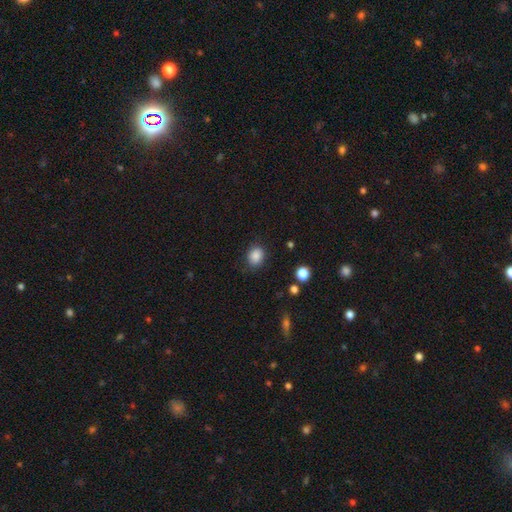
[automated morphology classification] Smooth or featured?
  - smooth: 86% *
  - star or artifact: 10%
  - featured or disk: 4%
How rounded?
  - round: 52% *
  - in between: 48%
  - cigar-shaped: 1%
Merging?
  - none: 81% *
  - minor disturbance: 14%
  - major disturbance: 4%
  - merger: 1%